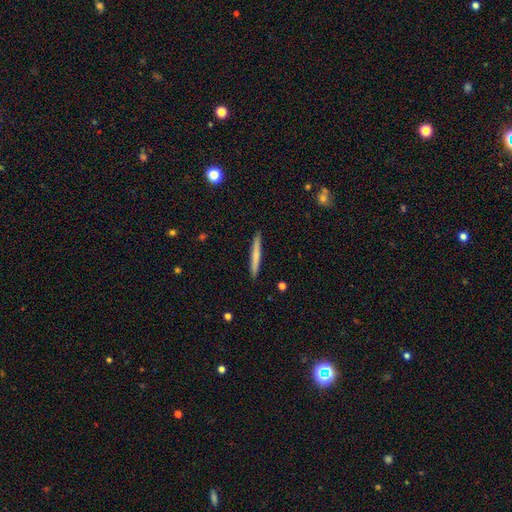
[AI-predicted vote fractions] This appears to be a smooth galaxy with no disk features (63%) that is cigar-shaped (96%). Merging: none (92%).